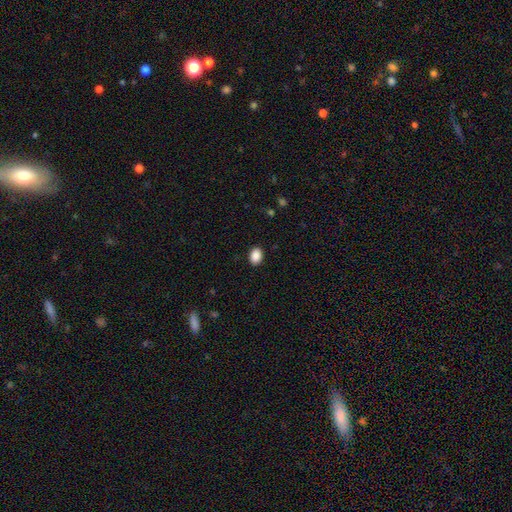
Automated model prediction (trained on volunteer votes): This is clearly a smooth galaxy (89%). How rounded: likely in between (76%). Merging: clearly none (89%).